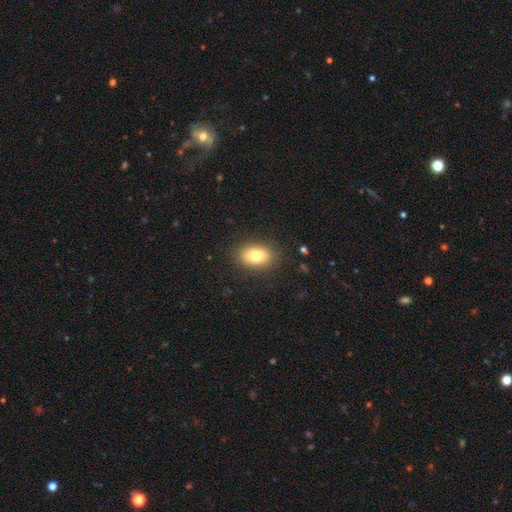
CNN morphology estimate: Smooth or featured? smooth (79%)
How rounded? in between (79%)
Merging? none (86%)